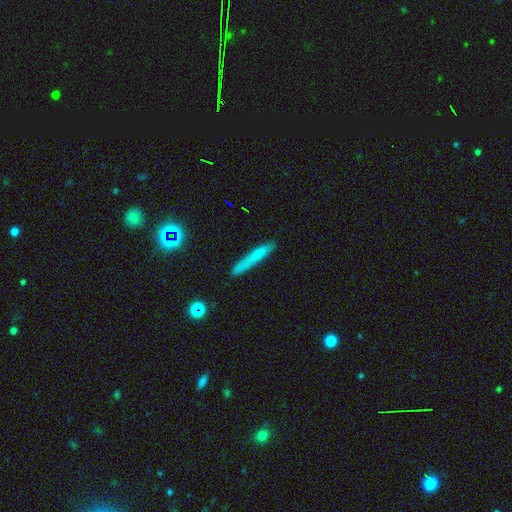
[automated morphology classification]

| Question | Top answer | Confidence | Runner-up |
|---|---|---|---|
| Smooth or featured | smooth | 65% | featured or disk (25%) |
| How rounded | cigar-shaped | 94% | in between (4%) |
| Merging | none | 77% | minor disturbance (16%) |